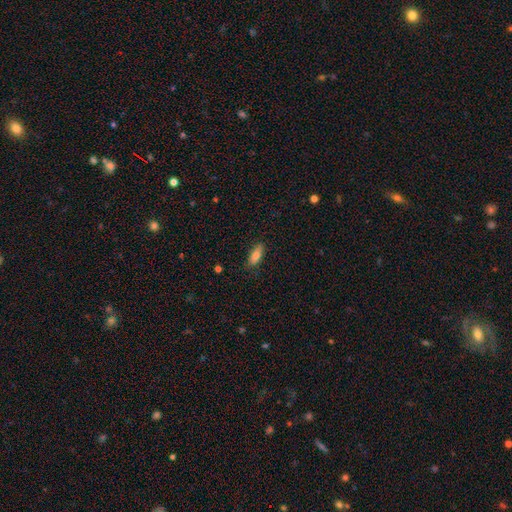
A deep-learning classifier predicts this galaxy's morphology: smooth_or_featured: smooth (p=0.82) [alt: featured or disk p=0.10]
how_rounded: in between (p=0.73) [alt: cigar-shaped p=0.24]
merging: none (p=0.83) [alt: minor disturbance p=0.13]